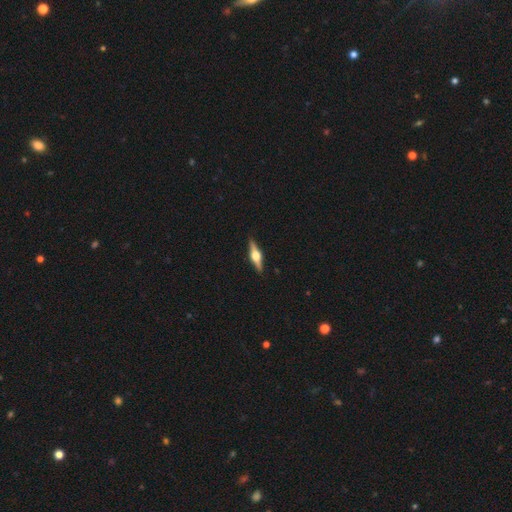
This is clearly a featured or disk galaxy (82%). It is clearly viewed edge-on (97%). Edge-on bulge: clearly rounded (97%). Merging: clearly none (89%).